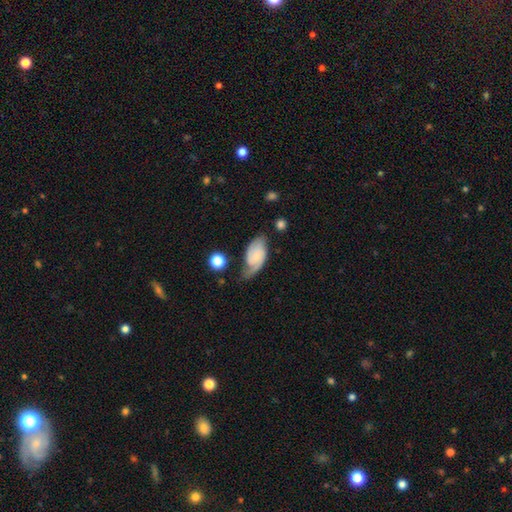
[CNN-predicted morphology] Q: Smooth or featured?
A: featured or disk (65%); runner-up: smooth (29%)
Q: Edge-on disk?
A: no (95%); runner-up: yes (5%)
Q: Bar?
A: no (69%); runner-up: weak (26%)
Q: Spiral arms?
A: yes (92%); runner-up: no (8%)
Q: Spiral winding?
A: medium (40%); runner-up: tight (37%)
Q: Spiral arm count?
A: 2 (65%); runner-up: 1 (20%)
Q: Bulge size?
A: small (59%); runner-up: moderate (20%)
Q: Merging?
A: none (48%); runner-up: minor disturbance (31%)